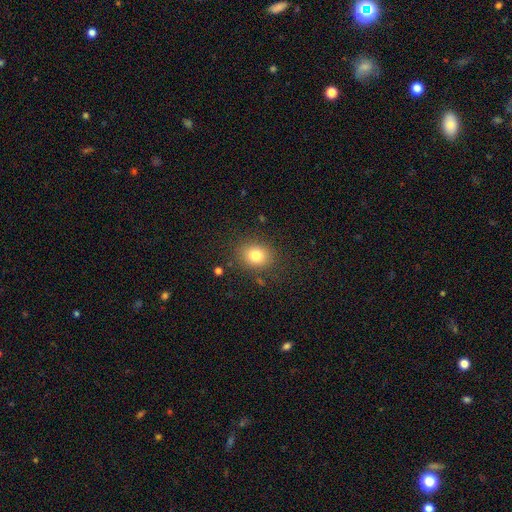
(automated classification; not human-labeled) smooth_or_featured: smooth (p=0.80) [alt: star or artifact p=0.12]
how_rounded: round (p=0.63) [alt: in between p=0.36]
merging: none (p=0.85) [alt: minor disturbance p=0.10]